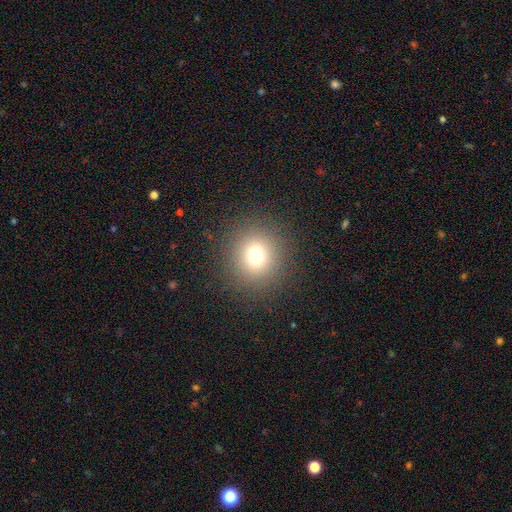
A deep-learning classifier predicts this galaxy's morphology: Q: Smooth or featured?
A: smooth (73%); runner-up: star or artifact (18%)
Q: How rounded?
A: round (90%); runner-up: in between (9%)
Q: Merging?
A: none (89%); runner-up: minor disturbance (6%)